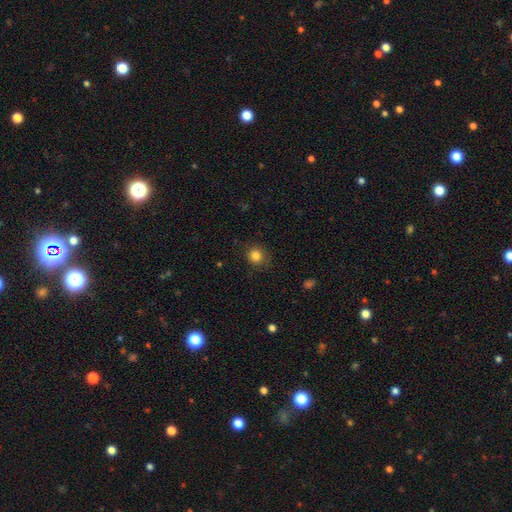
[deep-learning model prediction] Smooth or featured: smooth — 84% (star or artifact — 11%)
How rounded: round — 88% (in between — 11%)
Merging: none — 84% (minor disturbance — 11%)